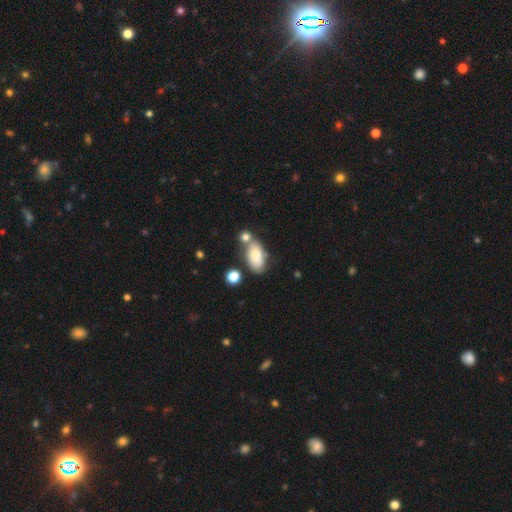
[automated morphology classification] type=smooth (82%); roundness=in between (91%); merging=none (51%).